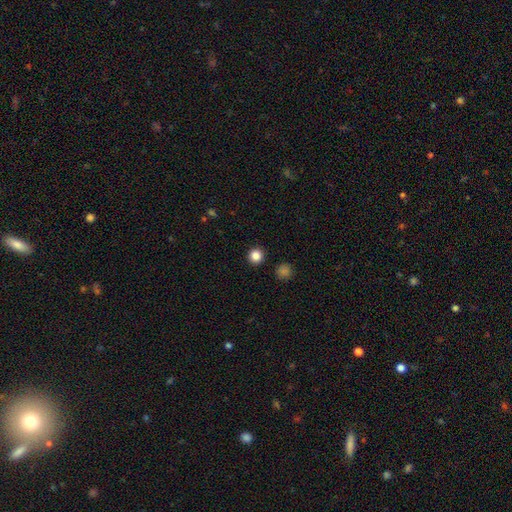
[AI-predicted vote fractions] Smooth or featured?
  - smooth: 85% *
  - star or artifact: 11%
  - featured or disk: 3%
How rounded?
  - round: 94% *
  - in between: 6%
  - cigar-shaped: 1%
Merging?
  - none: 93% *
  - minor disturbance: 4%
  - major disturbance: 2%
  - merger: 1%